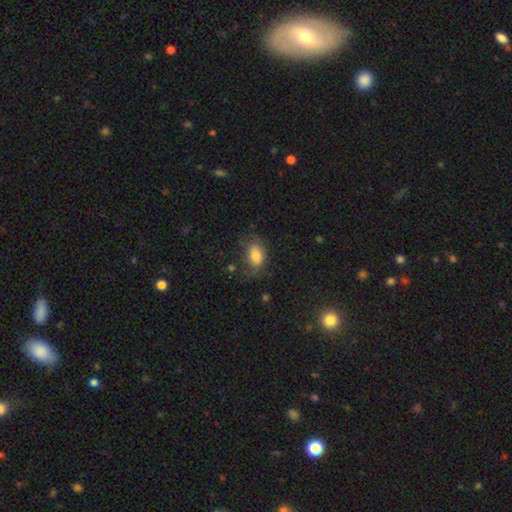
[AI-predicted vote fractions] A smooth galaxy with no disk features (79%) that is in between round and cigar-shaped (84%). Merging: none (60%).